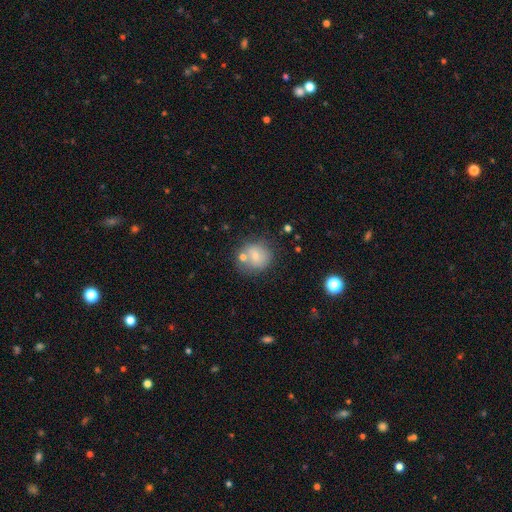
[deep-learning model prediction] A smooth galaxy with no disk features (71%) that is round (83%). Merging: none (61%).